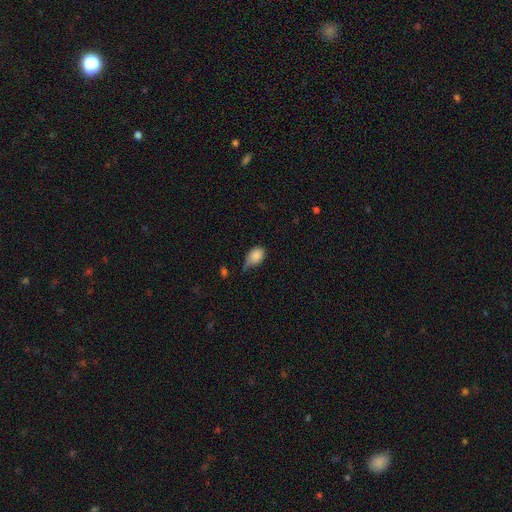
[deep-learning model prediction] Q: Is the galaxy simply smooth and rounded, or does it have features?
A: smooth — 83%.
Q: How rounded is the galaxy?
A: in between — 79%.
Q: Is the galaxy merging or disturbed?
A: minor disturbance — 46%.